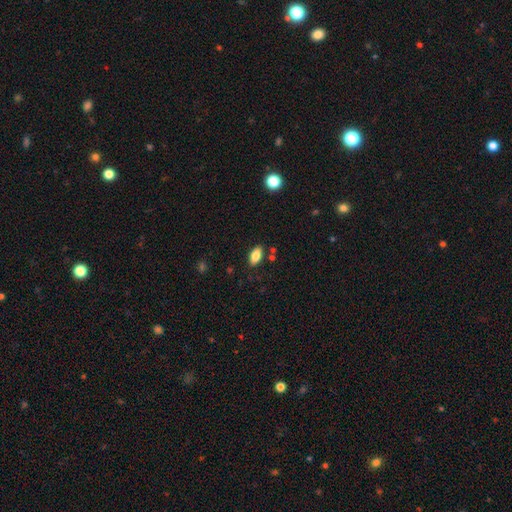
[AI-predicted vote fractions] Overall: smooth (82%). How rounded: in between (92%). Merging: none (84%).